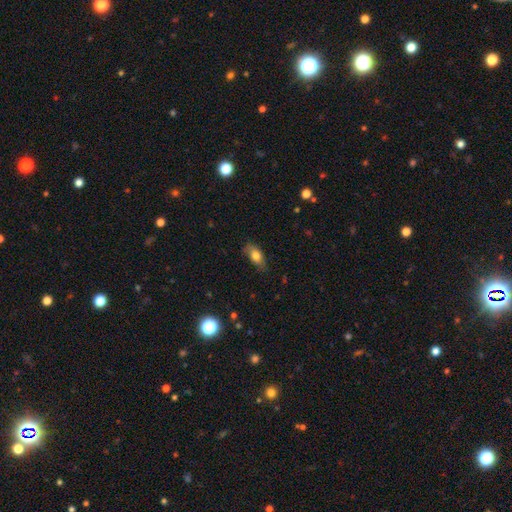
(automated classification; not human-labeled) Morphology: type=smooth (74%); roundness=in between (82%); merging=none (67%).